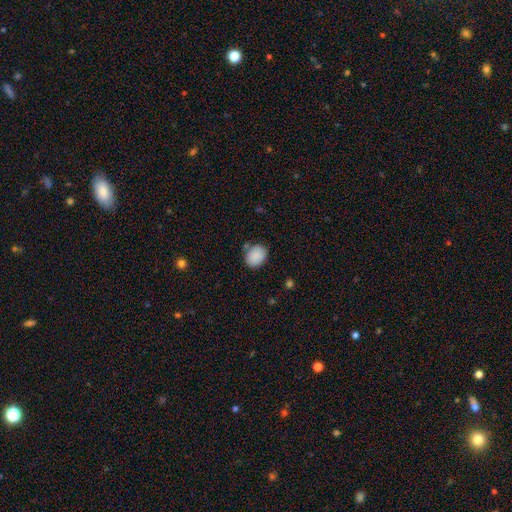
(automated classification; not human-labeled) smooth_or_featured: smooth (p=0.88) [alt: star or artifact p=0.07]
how_rounded: round (p=0.50) [tied with: in between p=0.50]
merging: none (p=0.74) [alt: minor disturbance p=0.17]